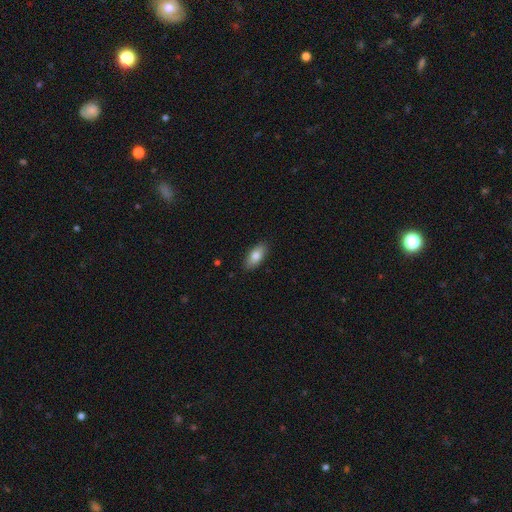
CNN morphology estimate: smooth 81%, featured or disk 13%, star or artifact 6%. Down the decision tree: how rounded — in between (89%); merging — none (88%).